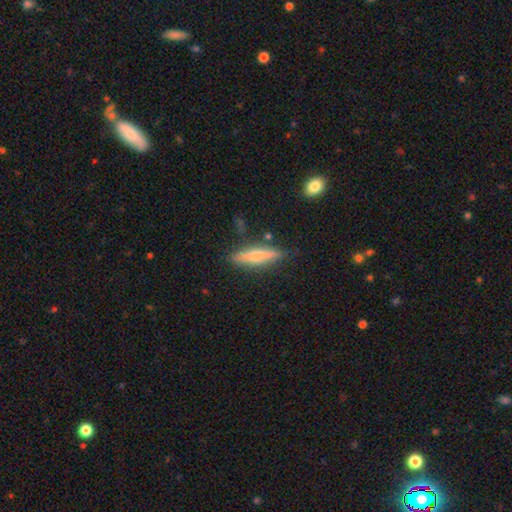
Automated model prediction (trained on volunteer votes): This appears to be a smooth galaxy with no disk features (48%). Merging: none (84%).